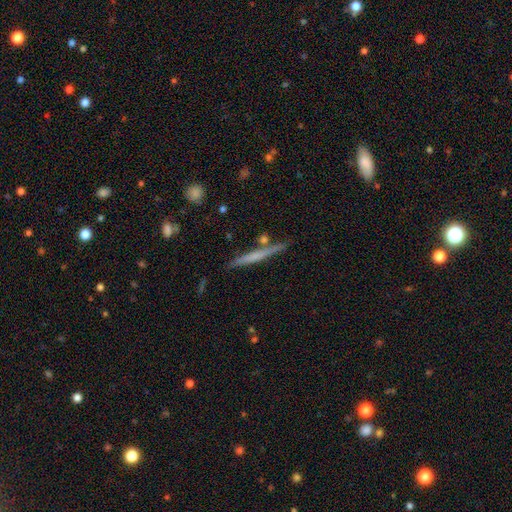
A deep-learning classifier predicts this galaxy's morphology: The model was most divided on "smooth or featured": featured or disk: 52%, smooth: 42%, star or artifact: 6%. More confident: edge-on disk — yes (97%); merging — none (85%); edge-on bulge — none (68%).